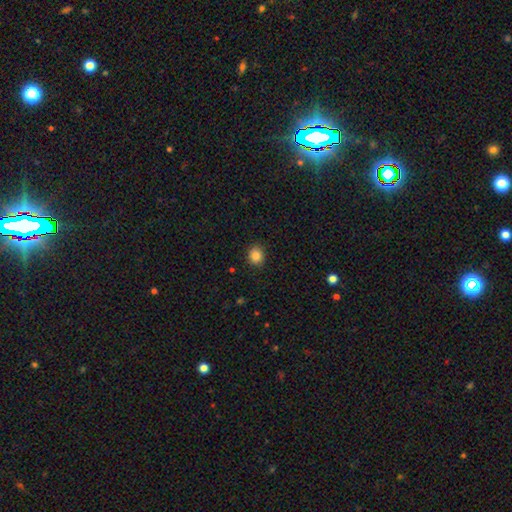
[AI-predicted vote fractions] Q: Smooth or featured?
A: smooth (85%); runner-up: star or artifact (10%)
Q: How rounded?
A: round (77%); runner-up: in between (22%)
Q: Merging?
A: none (90%); runner-up: minor disturbance (7%)